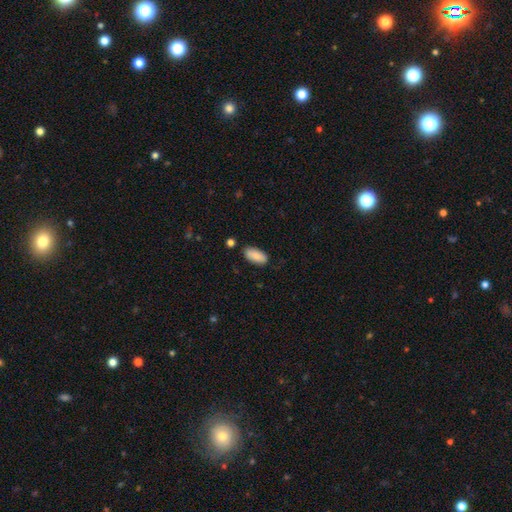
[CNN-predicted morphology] Smooth or featured: smooth — 87% (featured or disk — 7%)
How rounded: in between — 91% (cigar-shaped — 7%)
Merging: none — 84% (minor disturbance — 11%)